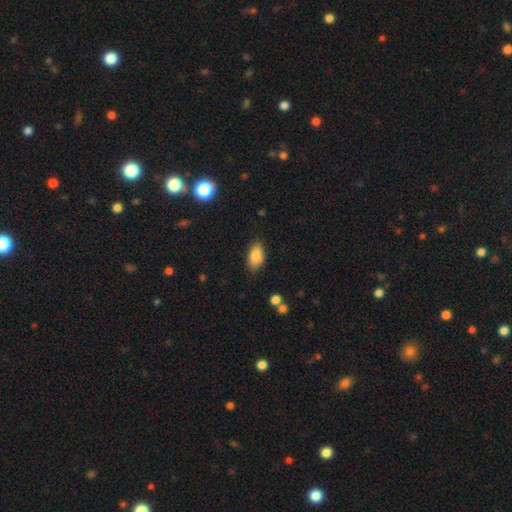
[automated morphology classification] A smooth galaxy with no disk features (85%) that is in between round and cigar-shaped (92%). Merging: none (78%).